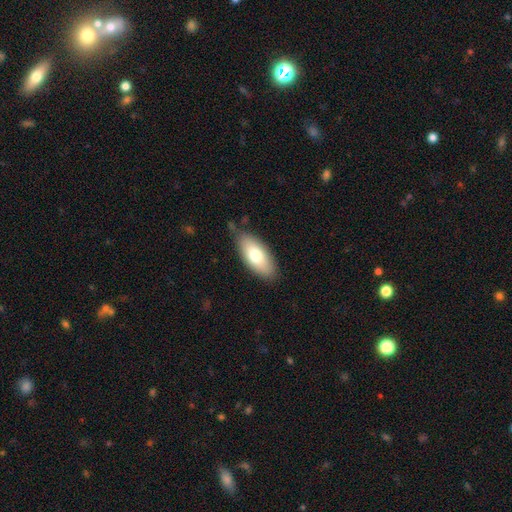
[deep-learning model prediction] This appears to be a smooth galaxy with no disk features (74%) that is in between round and cigar-shaped (87%). Merging: none (78%).